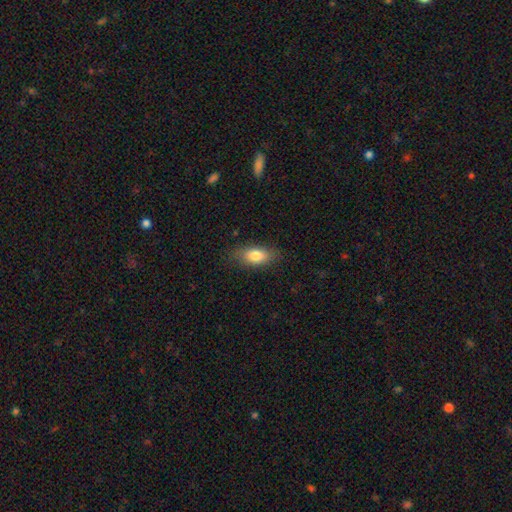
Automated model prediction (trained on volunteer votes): smooth-or-featured: smooth: 80% | featured or disk: 12% | star or artifact: 8%
  how-rounded: in between: 84% | cigar-shaped: 10% | round: 6%
  merging: none: 82% | minor disturbance: 13% | major disturbance: 3% | merger: 1%